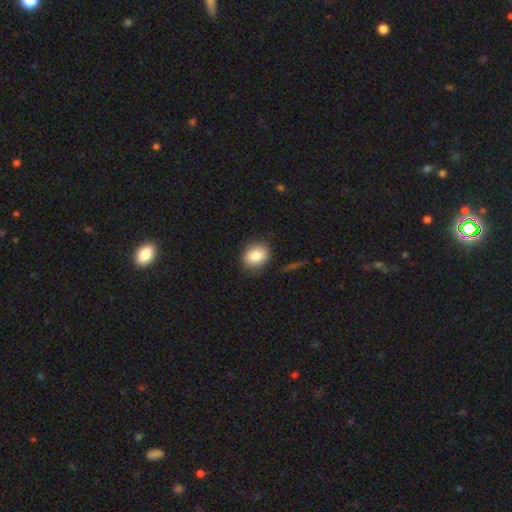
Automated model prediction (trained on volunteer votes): A smooth galaxy with no disk features (84%) that is round (55%).

Vote fractions:
- Smooth or featured? smooth: 84% / star or artifact: 8% / featured or disk: 7%
- How rounded? round: 55% / in between: 44% / cigar-shaped: 1%
- Merging? none: 85% / minor disturbance: 11% / major disturbance: 3% / merger: 2%